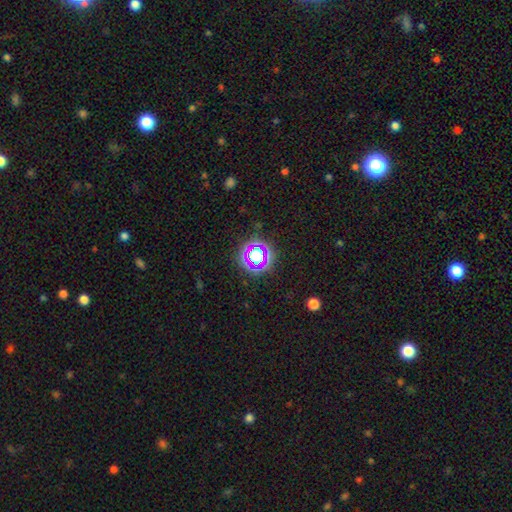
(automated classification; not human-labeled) Morphology: type=star or artifact (58%).